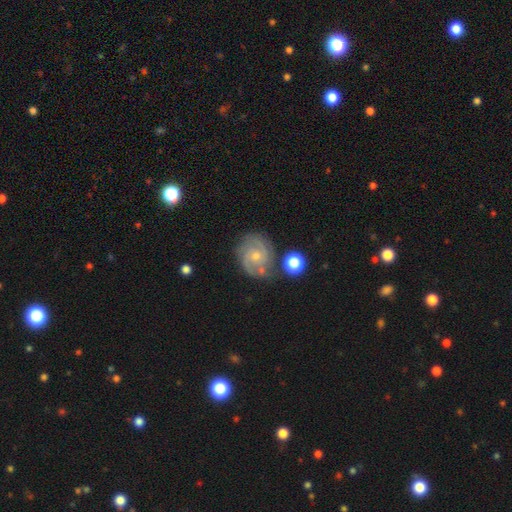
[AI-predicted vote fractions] smooth_or_featured: featured or disk (p=0.78) [alt: smooth p=0.14]
disk_edge_on: no (p=0.98) [alt: yes p=0.02]
bar: no (p=0.68) [alt: weak p=0.28]
has_spiral_arms: yes (p=0.94) [alt: no p=0.06]
spiral_winding: tight (p=0.48) [alt: medium p=0.41]
spiral_arm_count: 2 (p=0.53) [alt: 3 p=0.18]
bulge_size: small (p=0.63) [alt: moderate p=0.33]
merging: none (p=0.72) [alt: minor disturbance p=0.16]